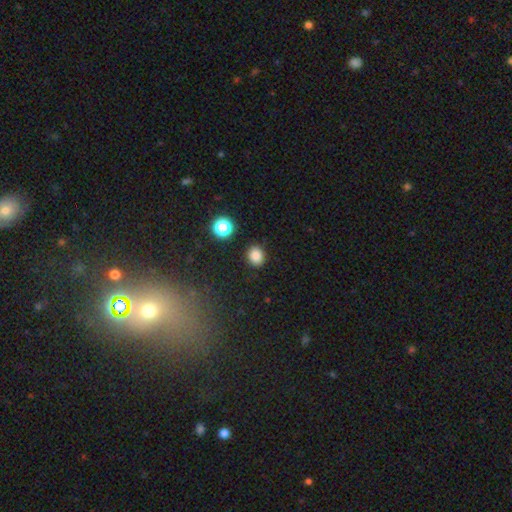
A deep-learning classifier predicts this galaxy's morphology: A smooth galaxy with no disk features (83%) that is round (68%). Merging: none (88%).